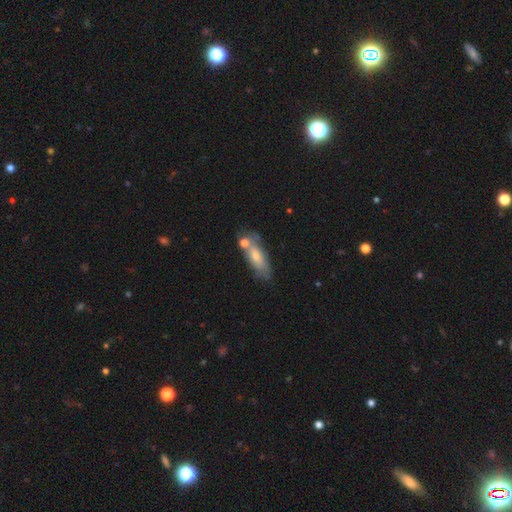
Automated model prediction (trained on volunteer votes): Smooth or featured?
  - smooth: 66% *
  - featured or disk: 27%
  - star or artifact: 7%
How rounded?
  - in between: 65% *
  - cigar-shaped: 31%
  - round: 4%
Merging?
  - none: 49% *
  - merger: 24%
  - minor disturbance: 20%
  - major disturbance: 7%